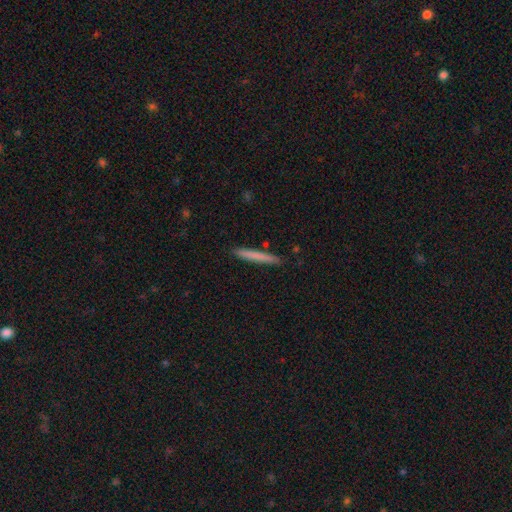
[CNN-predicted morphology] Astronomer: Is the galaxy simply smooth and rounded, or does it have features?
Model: smooth — 72%.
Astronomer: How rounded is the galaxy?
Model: cigar-shaped — 97%.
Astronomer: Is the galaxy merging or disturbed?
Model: none — 90%.